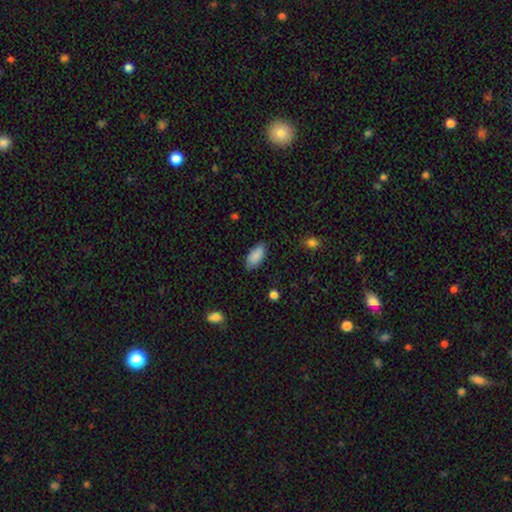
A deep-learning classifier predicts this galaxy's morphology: A smooth galaxy with no disk features (88%) that is in between round and cigar-shaped (91%). Merging: none (81%).